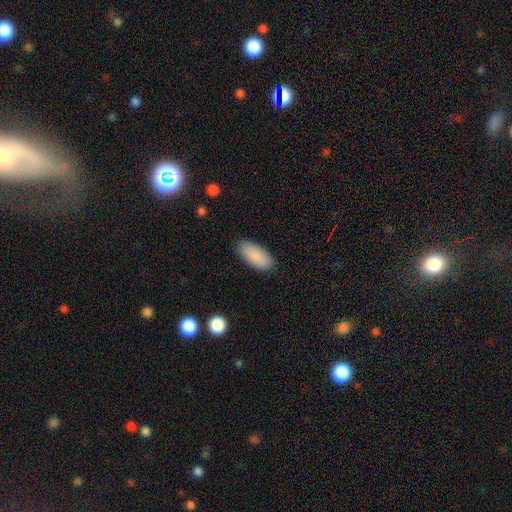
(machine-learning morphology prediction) type=smooth (89%); roundness=in between (90%); merging=none (85%).